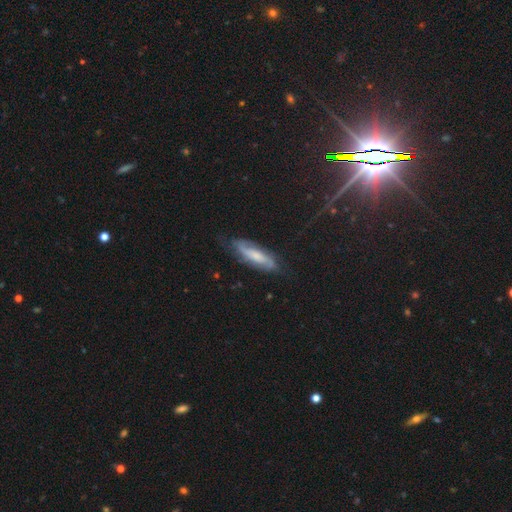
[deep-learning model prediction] smooth_or_featured: featured or disk (p=0.62) [alt: smooth p=0.29]
disk_edge_on: no (p=0.75) [alt: yes p=0.25]
merging: none (p=0.71) [alt: minor disturbance p=0.20]